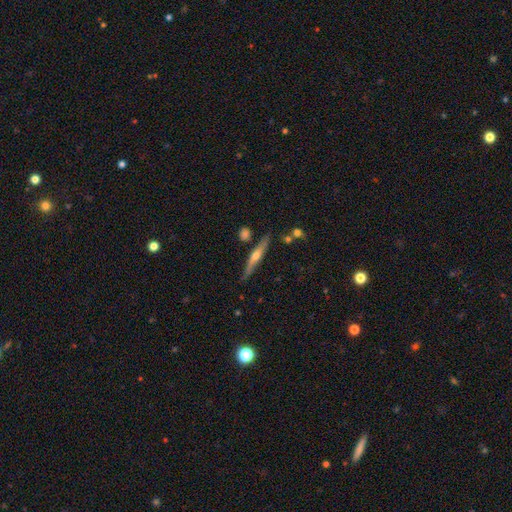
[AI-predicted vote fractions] A featured or disk galaxy (69%) viewed edge-on (96%) with a rounded central bulge (88%).

Vote fractions:
- Smooth or featured? featured or disk: 69% / smooth: 25% / star or artifact: 6%
- Edge-on disk? yes: 96% / no: 4%
- Edge-on bulge? rounded: 88% / none: 8% / boxy: 4%
- Merging? none: 83% / minor disturbance: 11% / merger: 4% / major disturbance: 2%